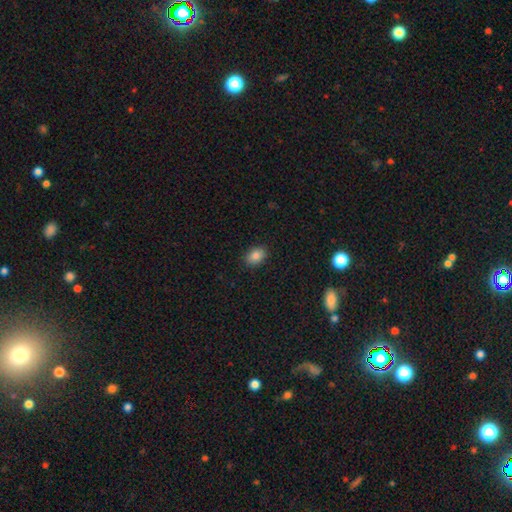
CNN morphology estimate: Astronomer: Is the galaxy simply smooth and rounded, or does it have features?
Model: smooth — 85%.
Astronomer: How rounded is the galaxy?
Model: in between — 77%.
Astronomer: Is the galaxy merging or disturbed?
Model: none — 89%.